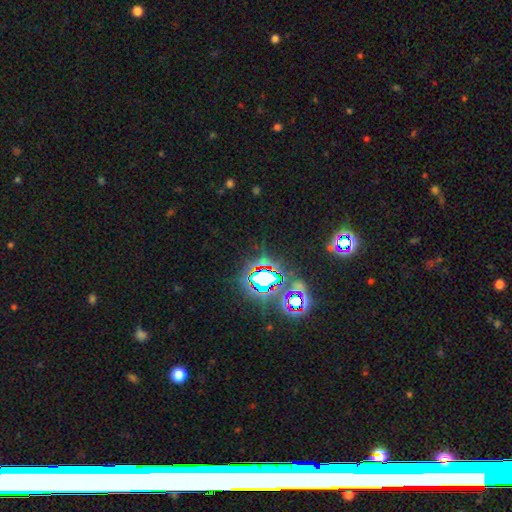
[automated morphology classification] type=star or artifact (79%).